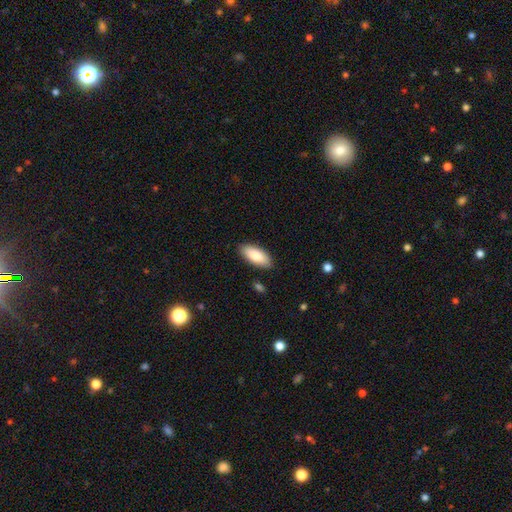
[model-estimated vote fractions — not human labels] Q: Smooth or featured?
A: smooth (85%); runner-up: featured or disk (9%)
Q: How rounded?
A: in between (84%); runner-up: cigar-shaped (14%)
Q: Merging?
A: none (87%); runner-up: minor disturbance (10%)